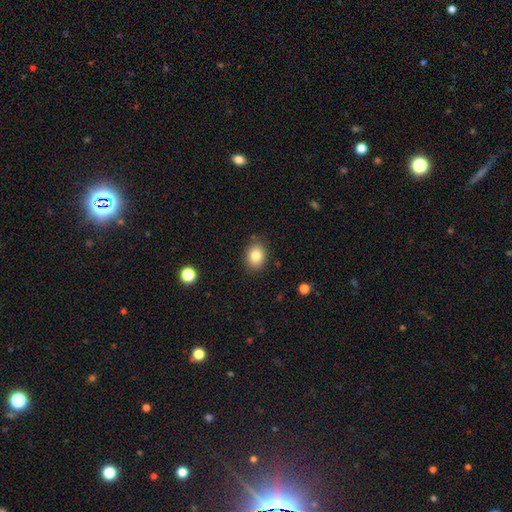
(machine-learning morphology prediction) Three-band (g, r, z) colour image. It shows a smooth galaxy with no disk features (82%) that is in between round and cigar-shaped (54%). Merging: none (85%).